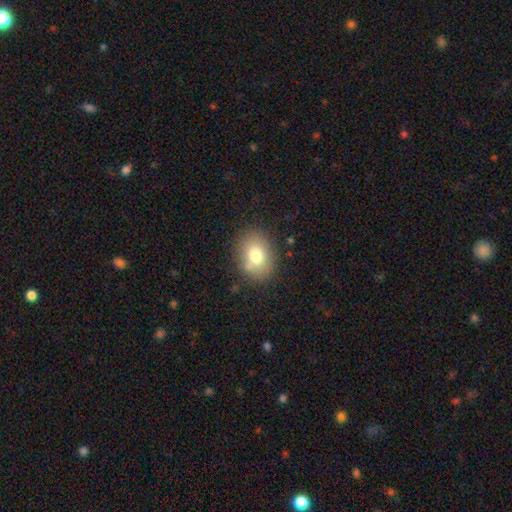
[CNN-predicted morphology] This appears to be a smooth galaxy with no disk features (76%) that is in between round and cigar-shaped (60%). Merging: none (79%).